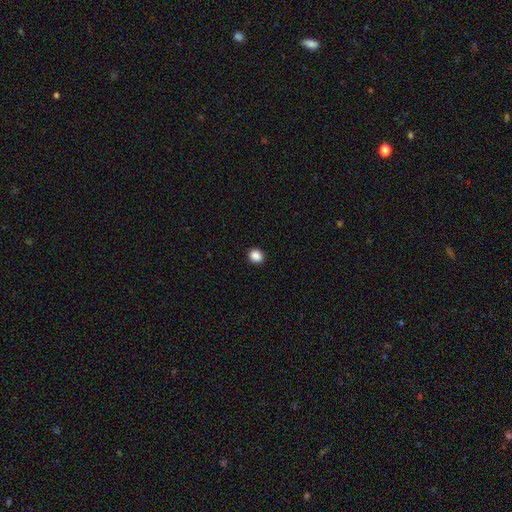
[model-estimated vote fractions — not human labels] smooth 88%, star or artifact 9%, featured or disk 2%. Down the decision tree: how rounded — round (76%); merging — none (92%).